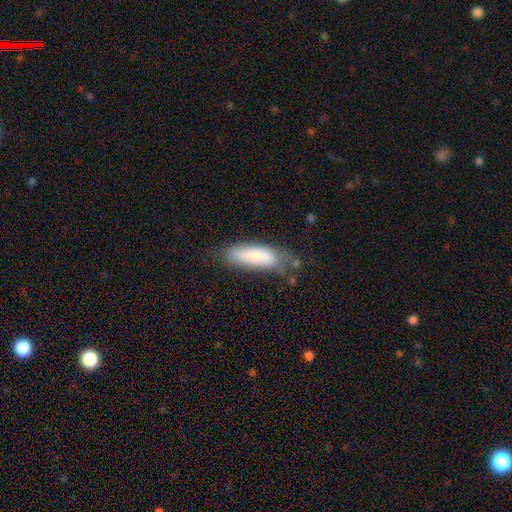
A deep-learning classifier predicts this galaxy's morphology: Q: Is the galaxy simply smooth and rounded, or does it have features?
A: smooth — 76%.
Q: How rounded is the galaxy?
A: in between — 57%.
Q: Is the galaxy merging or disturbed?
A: none — 55%.